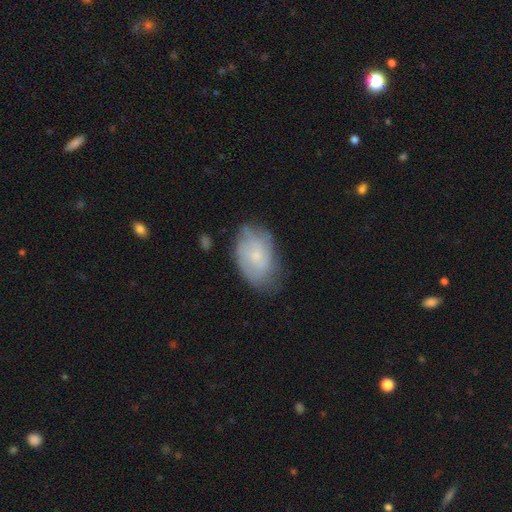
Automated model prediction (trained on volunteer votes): A smooth galaxy with no disk features (47%).

Vote fractions:
- Smooth or featured? smooth: 47% / featured or disk: 46% / star or artifact: 7%
- Merging? none: 65% / minor disturbance: 26% / major disturbance: 8% / merger: 2%